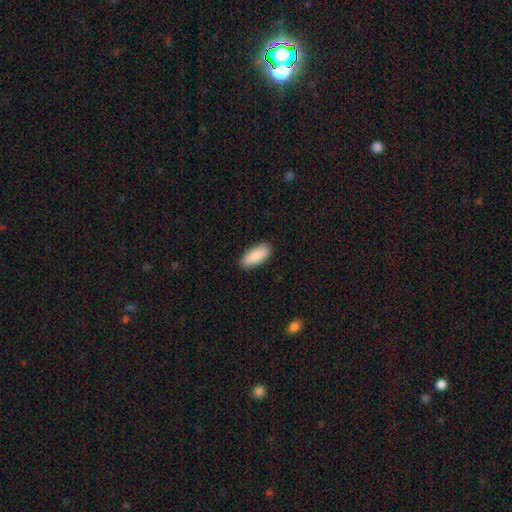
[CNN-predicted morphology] This is clearly a smooth galaxy (85%). How rounded: clearly in between (83%). Merging: clearly none (89%).